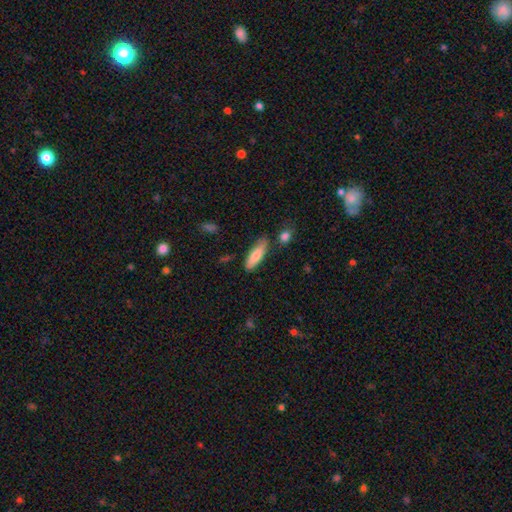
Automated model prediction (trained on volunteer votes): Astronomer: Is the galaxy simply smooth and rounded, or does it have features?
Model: smooth — 80%.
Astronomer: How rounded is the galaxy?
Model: cigar-shaped — 52% (runner-up: in between, 46%).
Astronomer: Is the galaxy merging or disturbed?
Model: none — 77%.